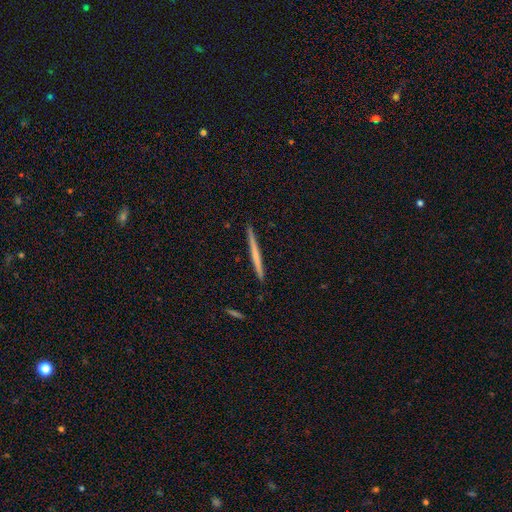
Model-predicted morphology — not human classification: This is possibly a smooth galaxy (48%). Merging: clearly none (92%).